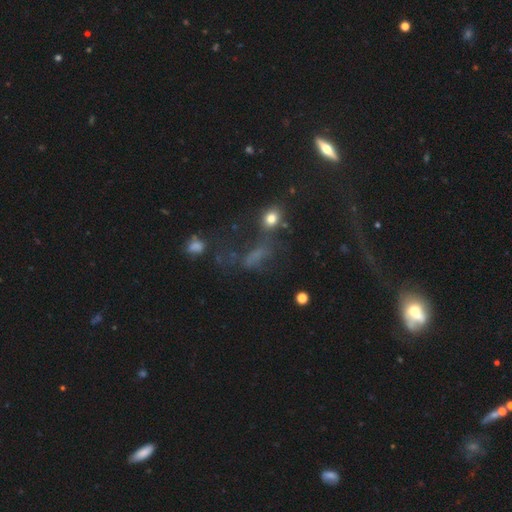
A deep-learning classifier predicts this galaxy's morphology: A smooth galaxy with no disk features (37%).

Vote fractions:
- Smooth or featured? smooth: 37% / star or artifact: 35% / featured or disk: 29%
- Merging? major disturbance: 34% / none: 32% / merger: 19% / minor disturbance: 15%